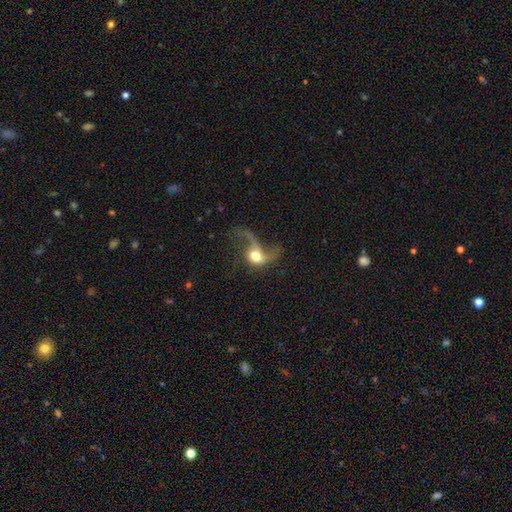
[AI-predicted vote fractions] Smooth or featured: featured or disk — 50% (smooth — 40%)
Merging: major disturbance — 55% (none — 24%)